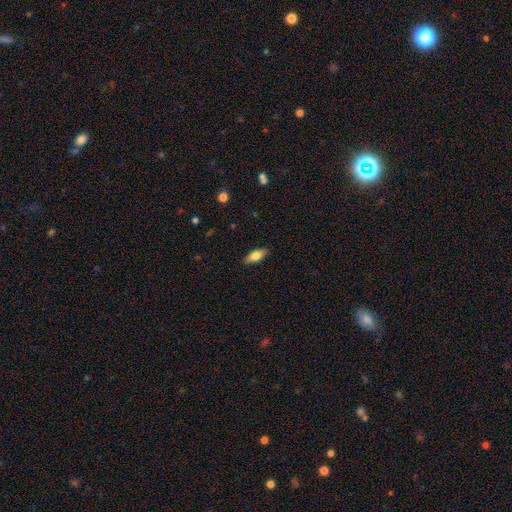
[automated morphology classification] Smooth or featured? smooth (73%)
How rounded? in between (77%)
Merging? none (88%)